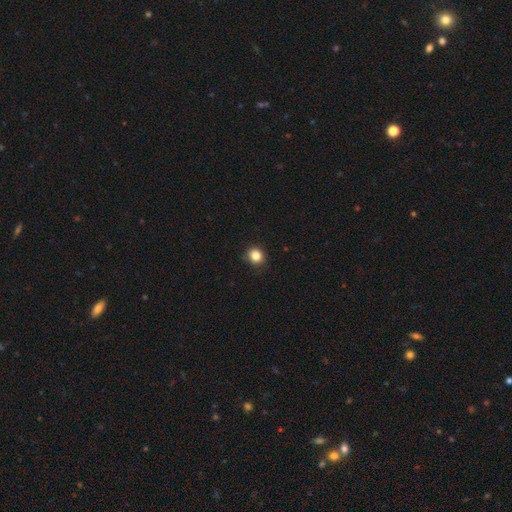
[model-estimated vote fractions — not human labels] This appears to be a smooth galaxy with no disk features (84%) that is round (85%). Merging: none (88%).